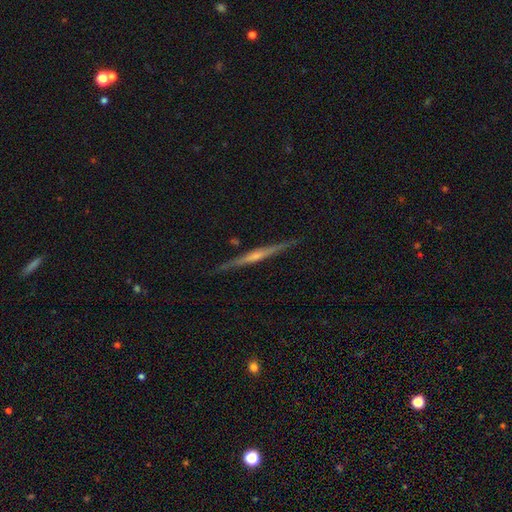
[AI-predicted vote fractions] A featured or disk galaxy (78%) viewed edge-on (98%) with a rounded central bulge (73%). Merging: none (90%).